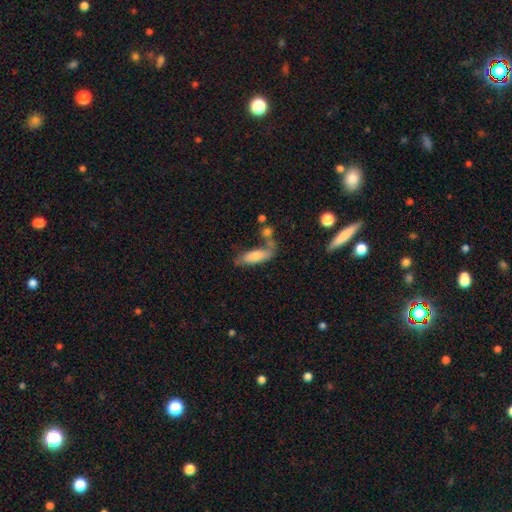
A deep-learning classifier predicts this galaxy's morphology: smooth 69%, featured or disk 24%, star or artifact 7%. Down the decision tree: how rounded — in between (63%); merging — none (43%).